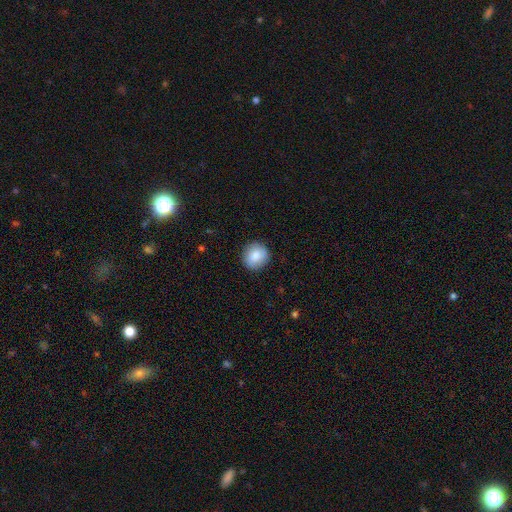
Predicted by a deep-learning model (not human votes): The model was most divided on "smooth or featured": smooth: 84%, featured or disk: 8%, star or artifact: 8%. More confident: how rounded — round (91%); merging — none (90%).